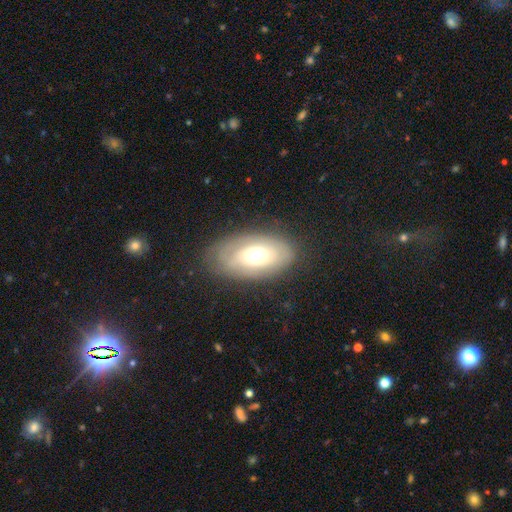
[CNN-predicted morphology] This is possibly a featured or disk galaxy (48%). Merging: likely none (79%).